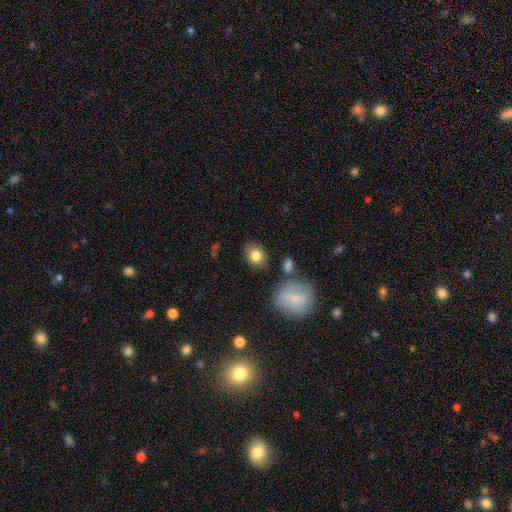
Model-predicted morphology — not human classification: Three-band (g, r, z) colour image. It shows a smooth galaxy with no disk features (83%) that is in between round and cigar-shaped (52%). Merging: none (82%).